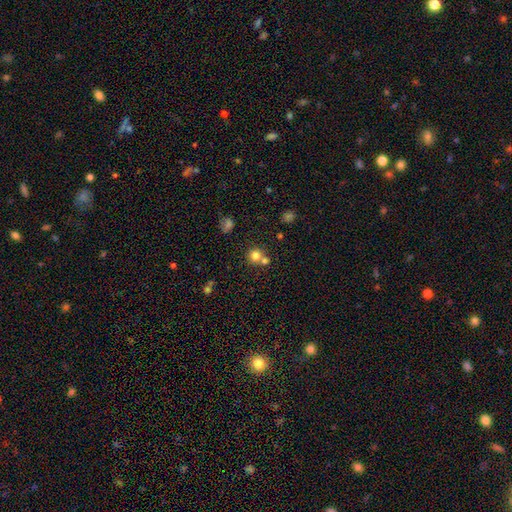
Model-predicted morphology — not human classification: This appears to be a smooth galaxy with no disk features (77%) that is round (89%). Merging: none (52%).